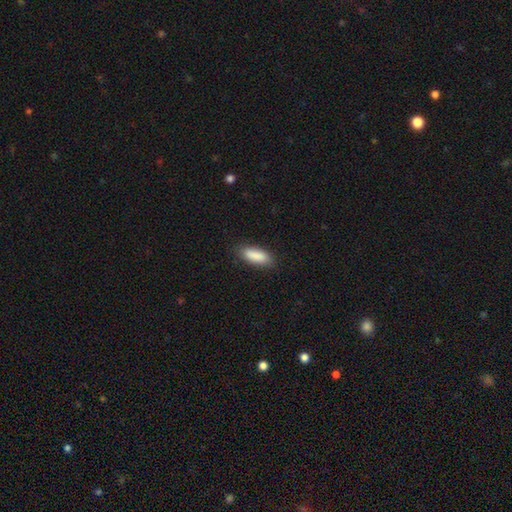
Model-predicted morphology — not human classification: A smooth galaxy with no disk features (88%) that is in between round and cigar-shaped (68%). Merging: none (85%).